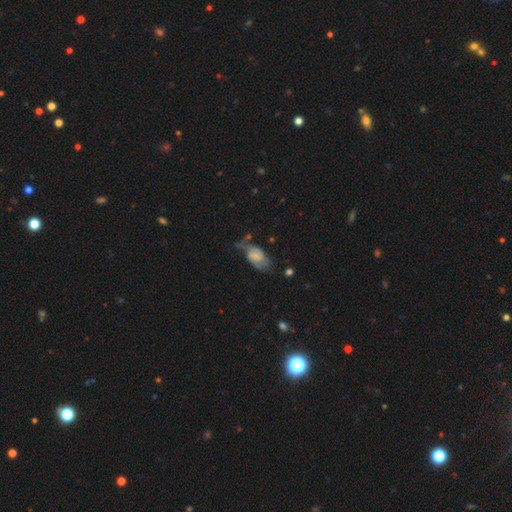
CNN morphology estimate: type=featured or disk (64%); edge-on=no (96%); bar=weak (46%); spiral arms=yes (87%); winding=medium (44%); arm count=2 (79%); bulge=none (37%); merging=none (41%).